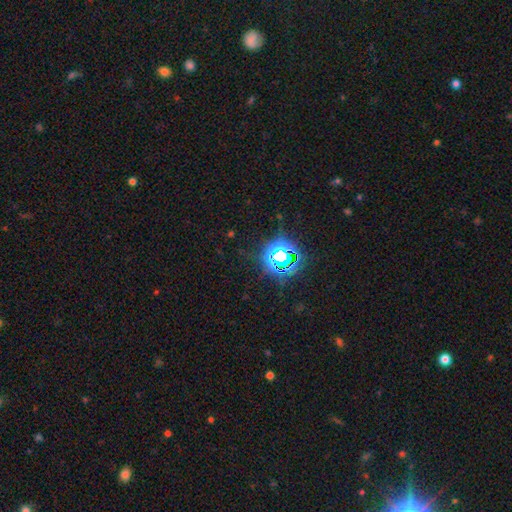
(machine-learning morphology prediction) Smooth or featured? Predicted: star or artifact (p=0.80).